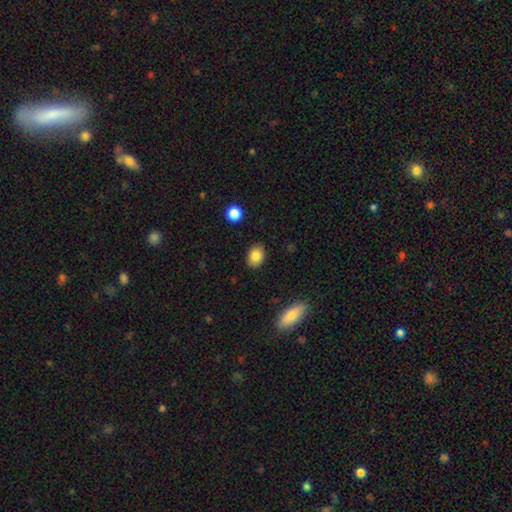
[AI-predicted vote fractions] A smooth galaxy with no disk features (84%) that is in between round and cigar-shaped (68%). Merging: none (87%).